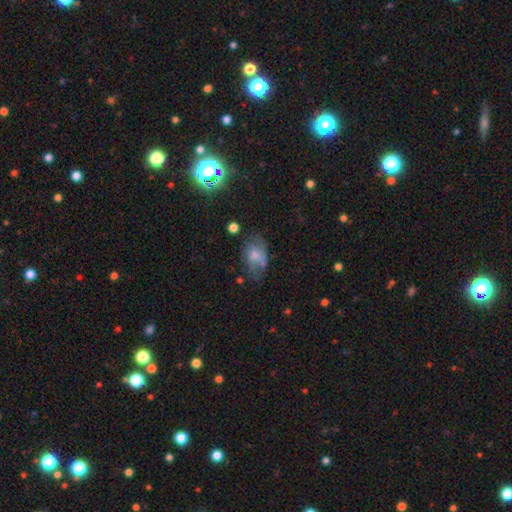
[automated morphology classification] Smooth or featured?
  - smooth: 58% *
  - featured or disk: 32%
  - star or artifact: 10%
How rounded?
  - in between: 86% *
  - round: 13%
  - cigar-shaped: 2%
Merging?
  - none: 44% *
  - minor disturbance: 30%
  - major disturbance: 21%
  - merger: 5%